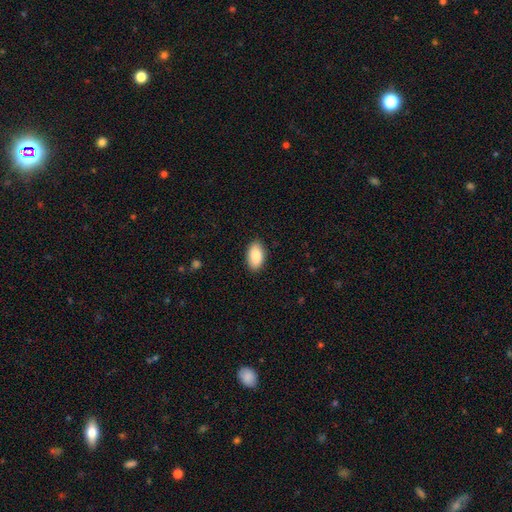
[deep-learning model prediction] The model was most divided on "merging": none: 89%, minor disturbance: 8%, major disturbance: 2%, merger: 1%. More confident: how rounded — in between (94%); smooth or featured — smooth (89%).